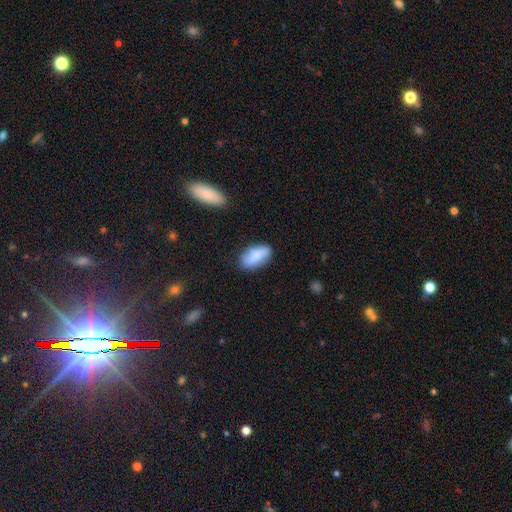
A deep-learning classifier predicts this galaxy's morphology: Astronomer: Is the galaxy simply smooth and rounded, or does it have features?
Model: smooth — 81%.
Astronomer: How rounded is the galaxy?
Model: in between — 90%.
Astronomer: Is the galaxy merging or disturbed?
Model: none — 75%.